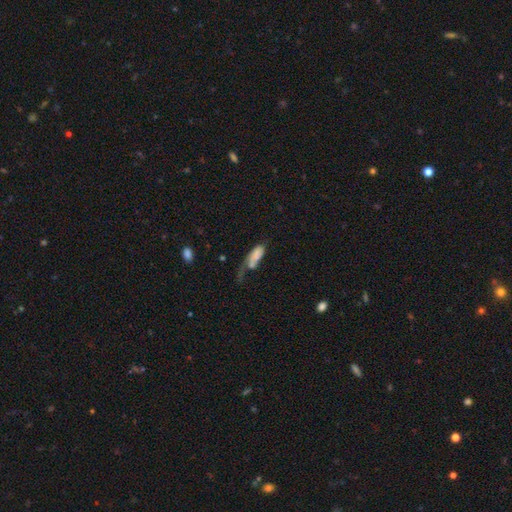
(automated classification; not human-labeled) smooth_or_featured: smooth (p=0.67) [alt: featured or disk p=0.24]
how_rounded: in between (p=0.78) [alt: cigar-shaped p=0.18]
merging: major disturbance (p=0.39) [alt: merger p=0.23]